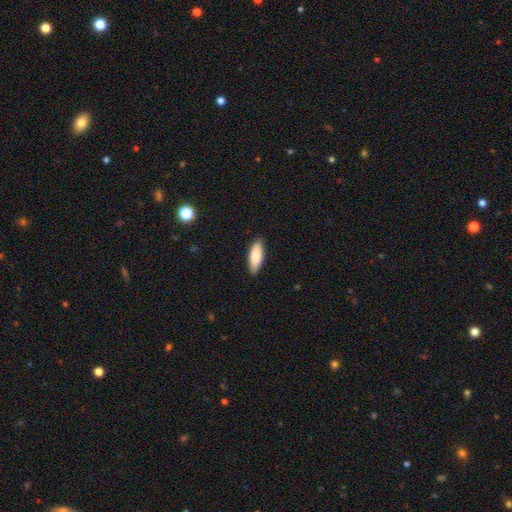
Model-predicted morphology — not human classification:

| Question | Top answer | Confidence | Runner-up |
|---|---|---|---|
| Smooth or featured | smooth | 85% | featured or disk (10%) |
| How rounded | in between | 64% | cigar-shaped (34%) |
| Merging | none | 88% | minor disturbance (9%) |